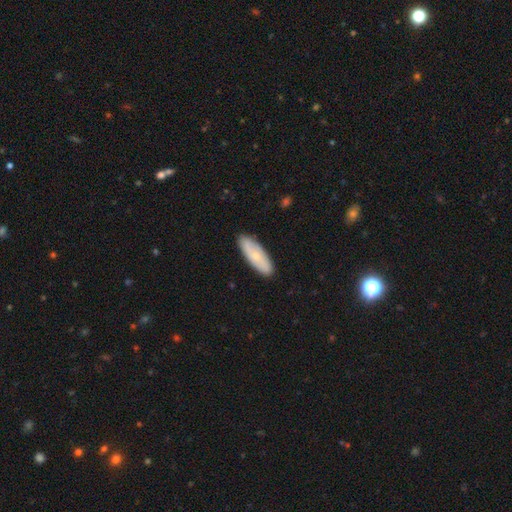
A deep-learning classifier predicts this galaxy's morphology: Smooth or featured?
  - smooth: 67% *
  - featured or disk: 28%
  - star or artifact: 6%
How rounded?
  - in between: 57% *
  - cigar-shaped: 40%
  - round: 2%
Merging?
  - none: 88% *
  - minor disturbance: 9%
  - major disturbance: 2%
  - merger: 1%